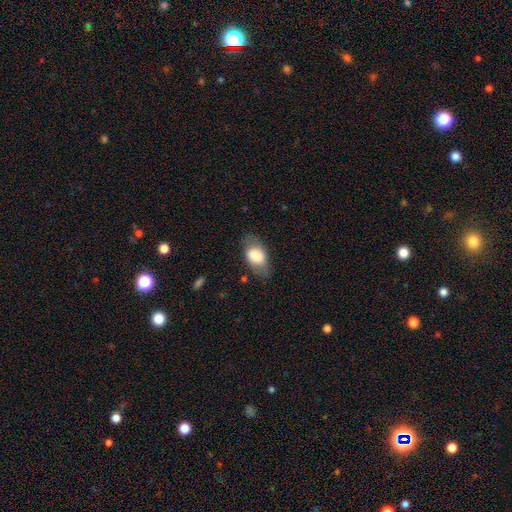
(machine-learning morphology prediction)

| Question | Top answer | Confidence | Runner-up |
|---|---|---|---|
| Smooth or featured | smooth | 73% | featured or disk (20%) |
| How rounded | in between | 86% | round (11%) |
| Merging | none | 72% | minor disturbance (18%) |